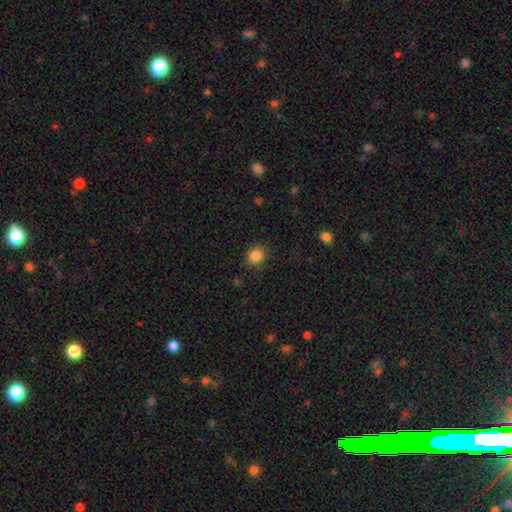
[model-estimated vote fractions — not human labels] smooth 86%, star or artifact 11%, featured or disk 4%. Down the decision tree: how rounded — round (67%); merging — none (83%).